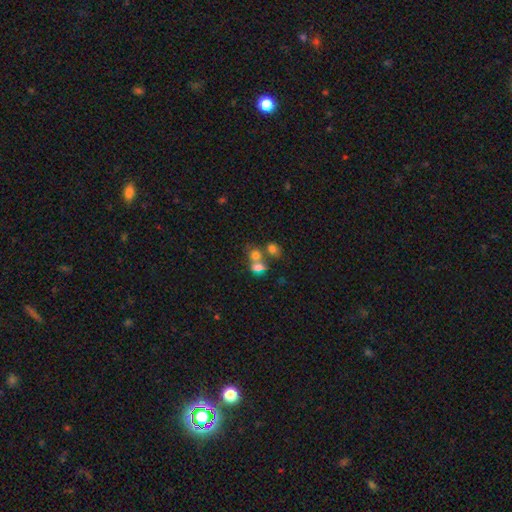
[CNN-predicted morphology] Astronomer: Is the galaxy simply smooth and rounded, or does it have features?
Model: smooth — 69%.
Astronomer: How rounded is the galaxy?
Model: round — 60% (runner-up: in between, 39%).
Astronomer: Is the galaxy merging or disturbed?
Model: merger — 54% (runner-up: none, 32%).